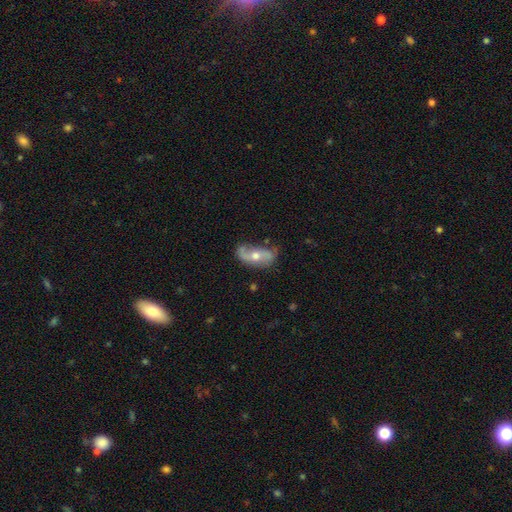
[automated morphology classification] Q: Smooth or featured?
A: featured or disk (68%); runner-up: smooth (25%)
Q: Edge-on disk?
A: no (91%); runner-up: yes (9%)
Q: Bar?
A: no (63%); runner-up: weak (27%)
Q: Spiral arms?
A: yes (84%); runner-up: no (16%)
Q: Spiral winding?
A: loose (66%); runner-up: medium (25%)
Q: Spiral arm count?
A: 2 (83%); runner-up: can't tell (7%)
Q: Bulge size?
A: moderate (69%); runner-up: small (24%)
Q: Merging?
A: none (59%); runner-up: minor disturbance (27%)